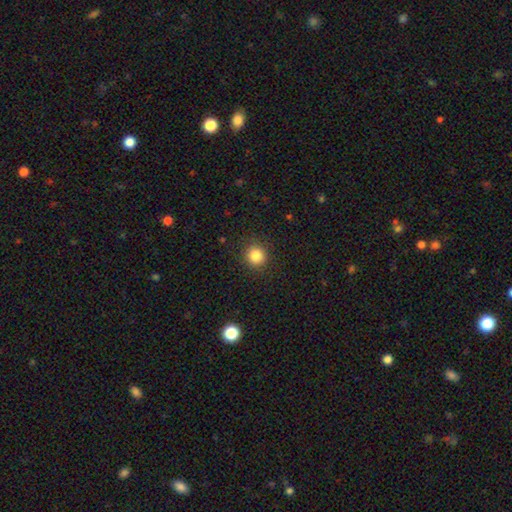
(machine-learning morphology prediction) smooth_or_featured: smooth (p=0.84) [alt: star or artifact p=0.11]
how_rounded: round (p=0.92) [alt: in between p=0.07]
merging: none (p=0.90) [alt: minor disturbance p=0.06]